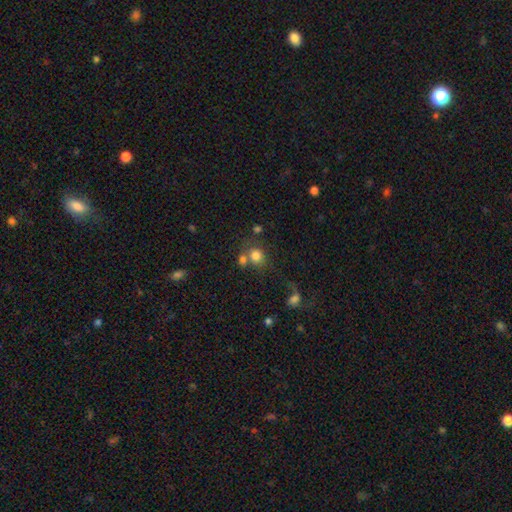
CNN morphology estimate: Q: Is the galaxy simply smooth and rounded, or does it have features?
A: smooth — 79%.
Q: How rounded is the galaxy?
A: round — 80%.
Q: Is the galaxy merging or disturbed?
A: none — 52%.